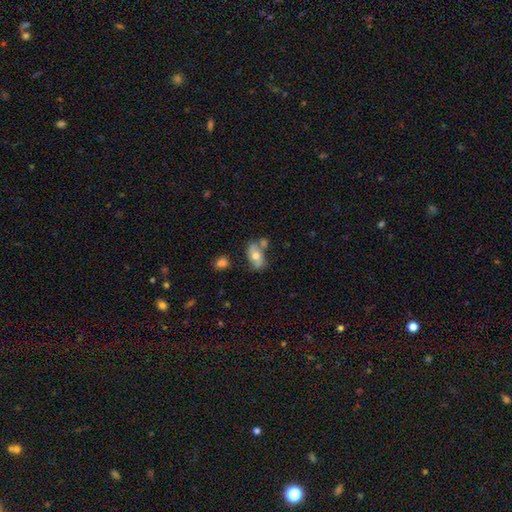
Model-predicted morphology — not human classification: type=smooth (53%); roundness=in between (85%); merging=none (48%).